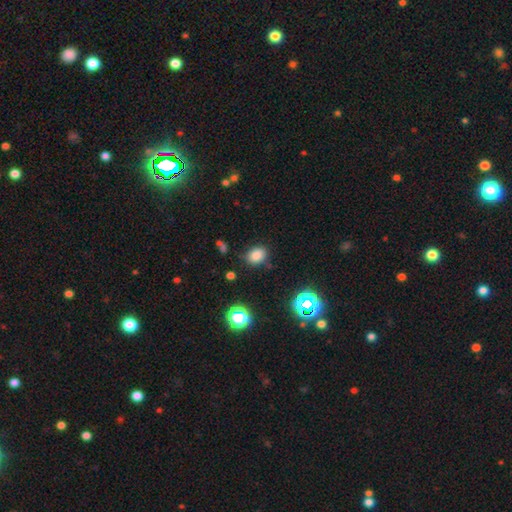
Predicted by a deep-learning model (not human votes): Smooth or featured: smooth — 79% (star or artifact — 15%)
How rounded: in between — 62% (round — 37%)
Merging: none — 81% (minor disturbance — 12%)